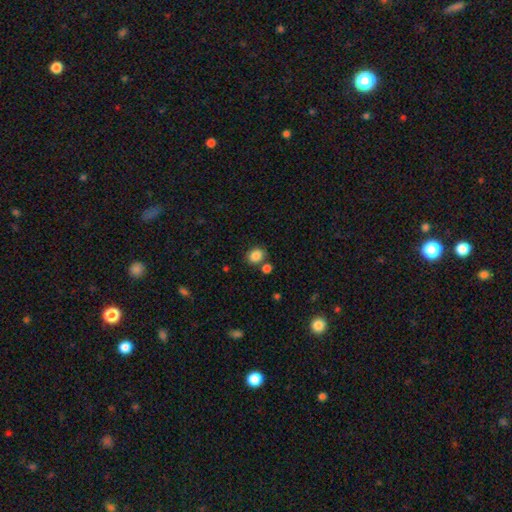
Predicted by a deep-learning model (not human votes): Smooth or featured? smooth (85%)
How rounded? round (55%)
Merging? none (71%)